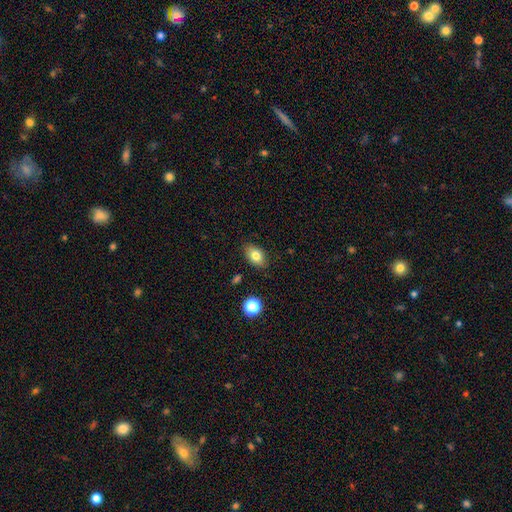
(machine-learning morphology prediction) Overall: smooth (79%). How rounded: in between (84%). Merging: none (83%).